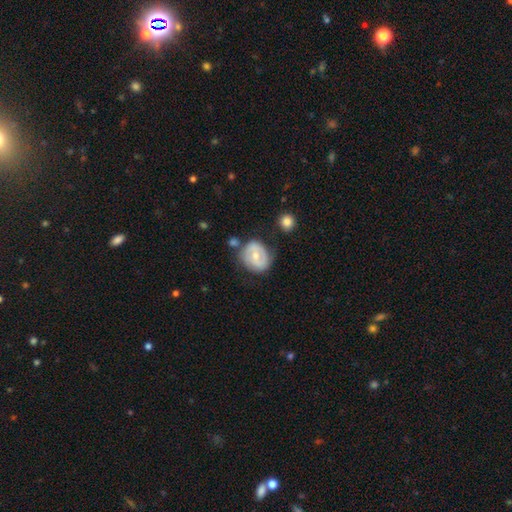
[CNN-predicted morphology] featured or disk 53%, smooth 41%, star or artifact 6%. Down the decision tree: edge-on disk — no (96%); bar — no (45%); spiral arms — yes (64%); bulge size — moderate (57%); merging — none (61%).